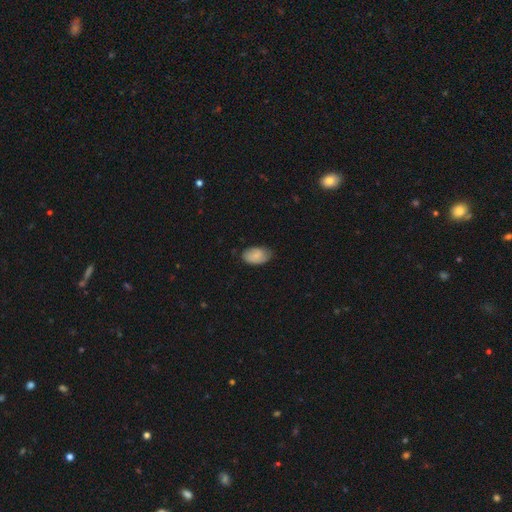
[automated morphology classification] This is likely a smooth galaxy (79%). How rounded: clearly in between (91%). Merging: likely none (65%).